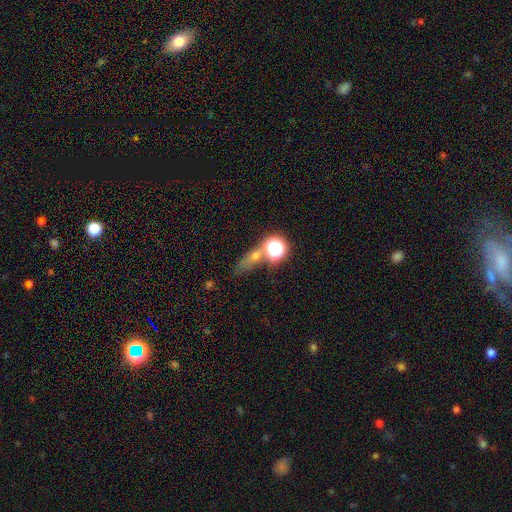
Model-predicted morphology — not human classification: Smooth or featured?
  - smooth: 49% *
  - star or artifact: 36%
  - featured or disk: 14%
Merging?
  - none: 57% *
  - merger: 22%
  - minor disturbance: 13%
  - major disturbance: 8%